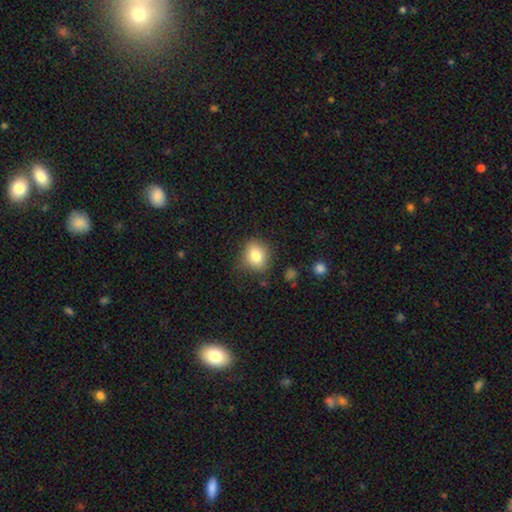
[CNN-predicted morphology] This appears to be a smooth galaxy with no disk features (81%) that is round (68%). Merging: none (80%).